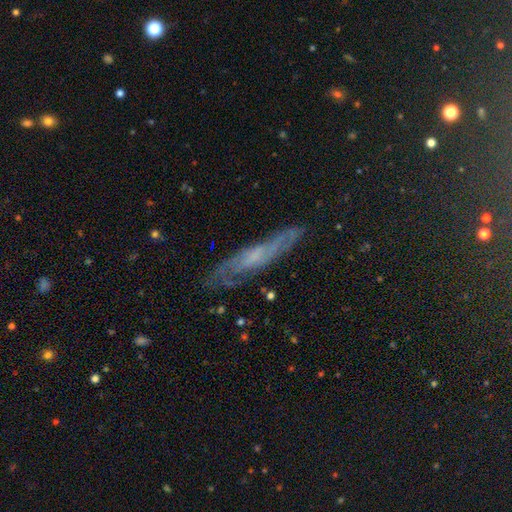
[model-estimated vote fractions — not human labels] Morphology: type=featured or disk (66%); edge-on=no (54%); merging=none (72%).